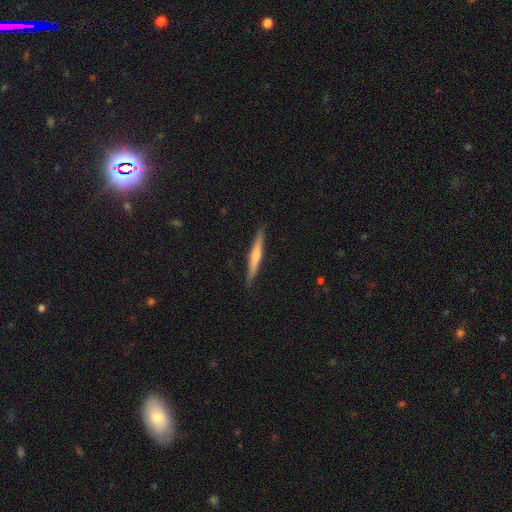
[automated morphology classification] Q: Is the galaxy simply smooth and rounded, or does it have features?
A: featured or disk — 49%.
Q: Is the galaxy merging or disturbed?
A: none — 88%.